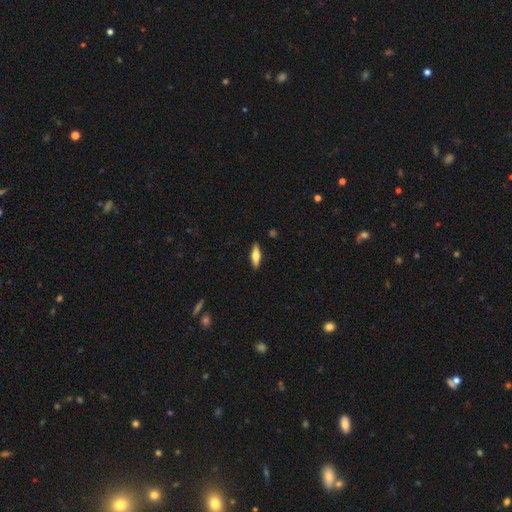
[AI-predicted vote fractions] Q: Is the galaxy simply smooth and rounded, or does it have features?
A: smooth — 56%.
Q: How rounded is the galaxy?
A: cigar-shaped — 55%.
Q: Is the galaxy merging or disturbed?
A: none — 89%.